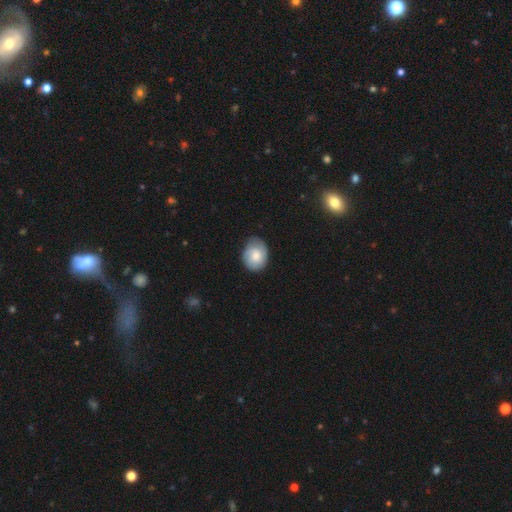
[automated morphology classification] smooth 70%, featured or disk 23%, star or artifact 7%. Down the decision tree: how rounded — in between (57%); merging — none (69%).